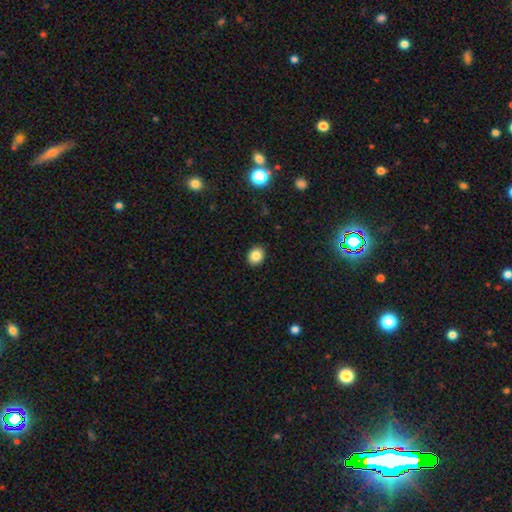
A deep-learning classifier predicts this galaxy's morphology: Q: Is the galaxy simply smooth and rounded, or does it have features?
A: smooth — 85%.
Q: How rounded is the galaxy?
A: round — 60%.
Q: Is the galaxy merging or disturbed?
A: none — 91%.